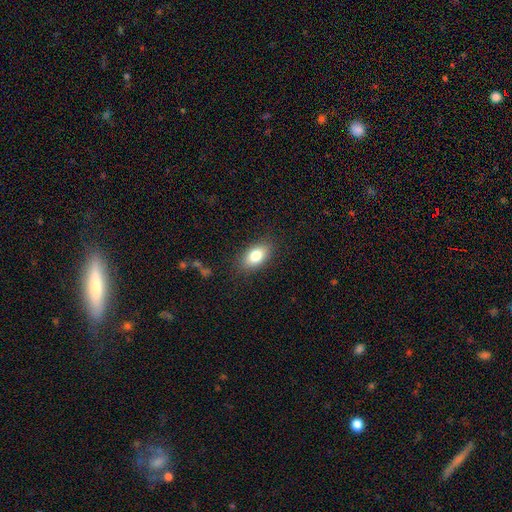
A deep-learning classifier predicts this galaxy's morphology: Smooth or featured? Predicted: smooth (p=0.80). How rounded? Predicted: in between (p=0.89). Merging? Predicted: none (p=0.85).